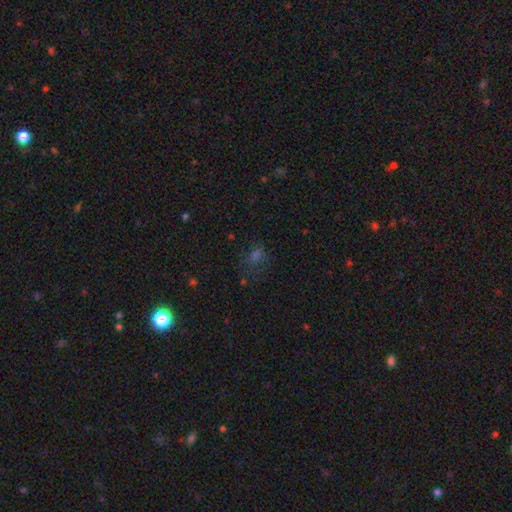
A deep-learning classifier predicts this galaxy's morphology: type=smooth (50%); roundness=in between (54%); merging=none (61%).